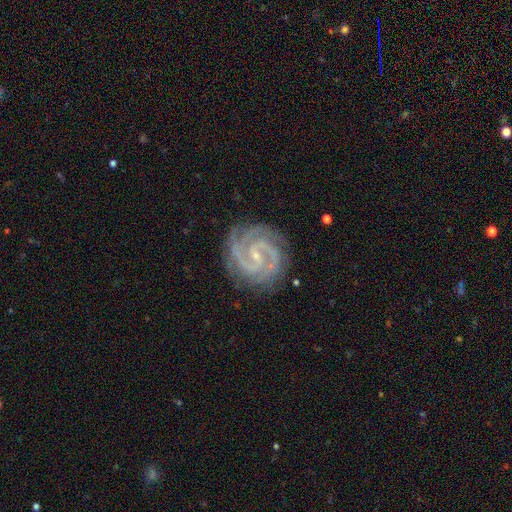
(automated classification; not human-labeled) Morphology: type=featured or disk (92%); edge-on=no (98%); bar=weak (43%); spiral arms=yes (99%); winding=tight (66%); arm count=2 (67%); bulge=small (79%); merging=none (82%).